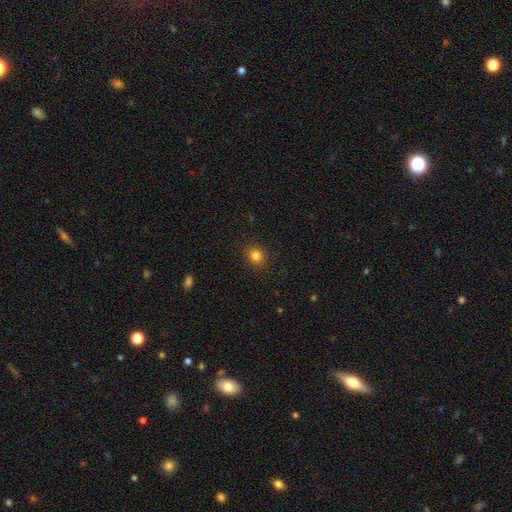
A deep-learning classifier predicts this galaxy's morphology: A smooth galaxy with no disk features (83%) that is round (77%).

Vote fractions:
- Smooth or featured? smooth: 83% / star or artifact: 13% / featured or disk: 5%
- How rounded? round: 77% / in between: 22% / cigar-shaped: 1%
- Merging? none: 90% / minor disturbance: 7% / major disturbance: 2% / merger: 1%